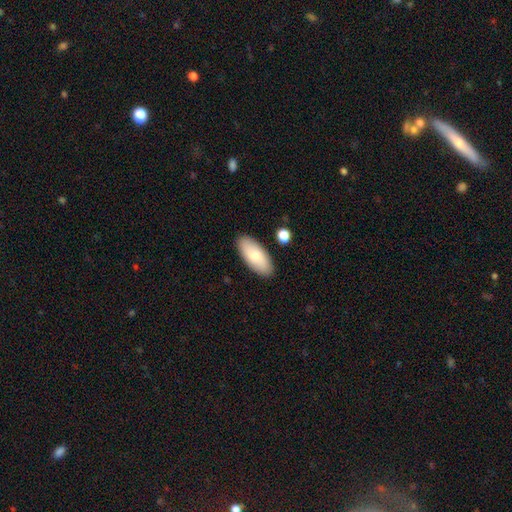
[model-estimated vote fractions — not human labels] Overall: smooth (77%). How rounded: in between (88%). Merging: none (88%).